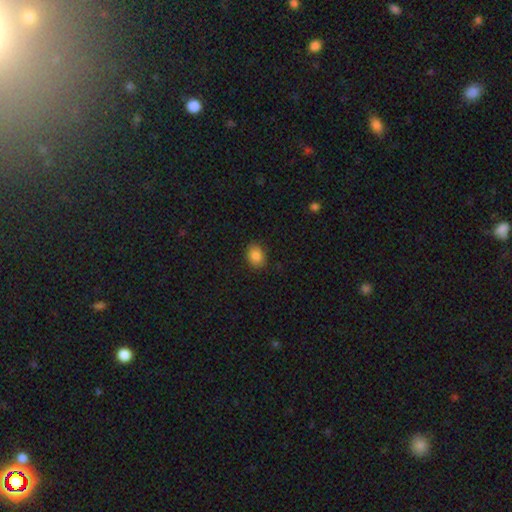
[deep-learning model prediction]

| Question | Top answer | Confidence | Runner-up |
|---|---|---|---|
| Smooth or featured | smooth | 86% | star or artifact (9%) |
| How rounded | in between | 60% | round (39%) |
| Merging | none | 86% | minor disturbance (11%) |